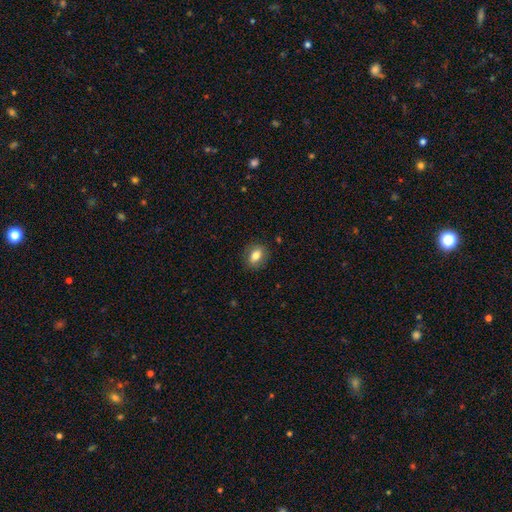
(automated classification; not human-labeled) smooth-or-featured: smooth: 78% | featured or disk: 13% | star or artifact: 9%
  how-rounded: in between: 62% | round: 37% | cigar-shaped: 2%
  merging: none: 85% | minor disturbance: 11% | major disturbance: 3% | merger: 1%